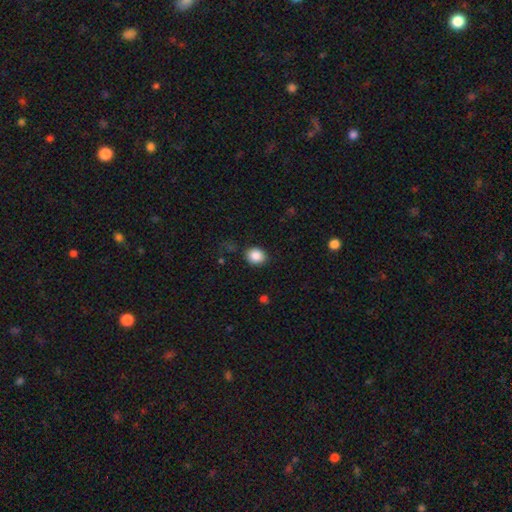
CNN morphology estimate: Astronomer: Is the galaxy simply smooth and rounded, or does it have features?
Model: smooth — 87%.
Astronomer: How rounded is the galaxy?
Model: round — 63%.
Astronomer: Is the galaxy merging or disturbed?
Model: none — 85%.